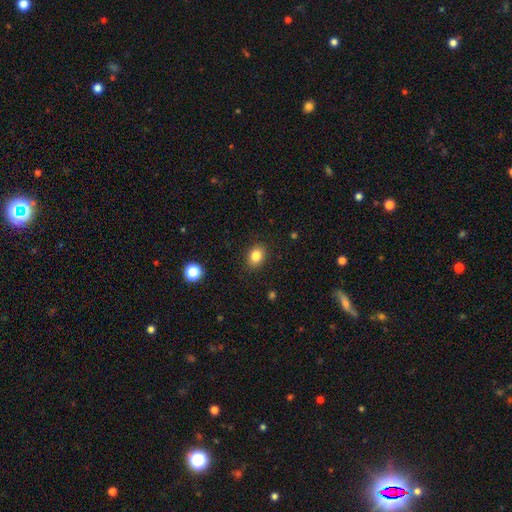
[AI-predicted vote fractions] Smooth or featured? smooth (83%)
How rounded? in between (62%)
Merging? none (87%)